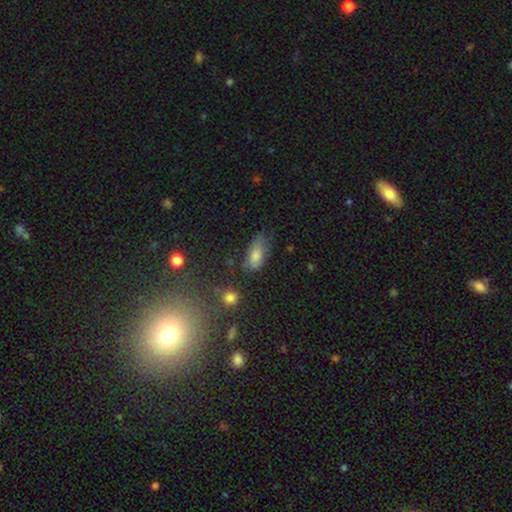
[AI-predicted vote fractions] smooth 74%, featured or disk 14%, star or artifact 12%. Down the decision tree: how rounded — in between (86%); merging — none (57%).